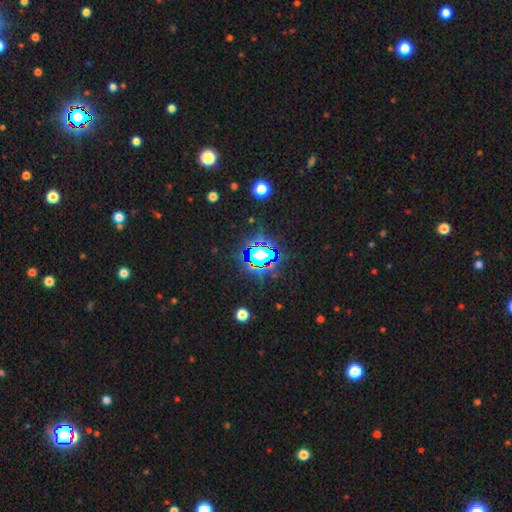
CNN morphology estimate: smooth-or-featured: star or artifact: 67% | smooth: 21% | featured or disk: 13%